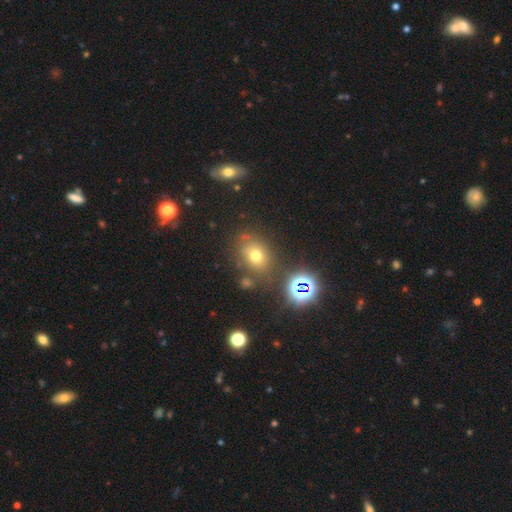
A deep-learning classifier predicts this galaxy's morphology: type=smooth (64%); roundness=round (50%); merging=none (69%).